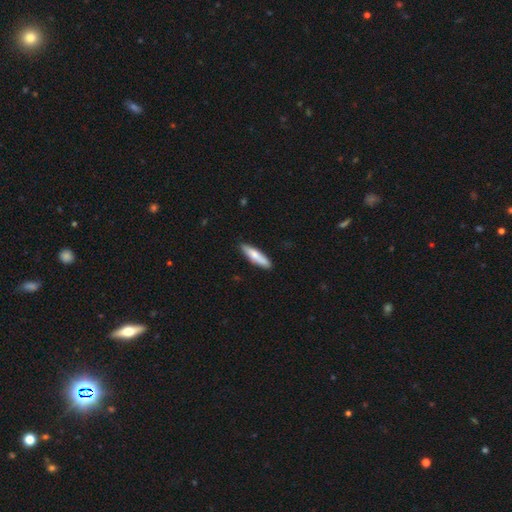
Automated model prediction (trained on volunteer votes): The model was most divided on "how rounded": cigar-shaped: 75%, in between: 24%, round: 2%. More confident: merging — none (87%); smooth or featured — smooth (74%).